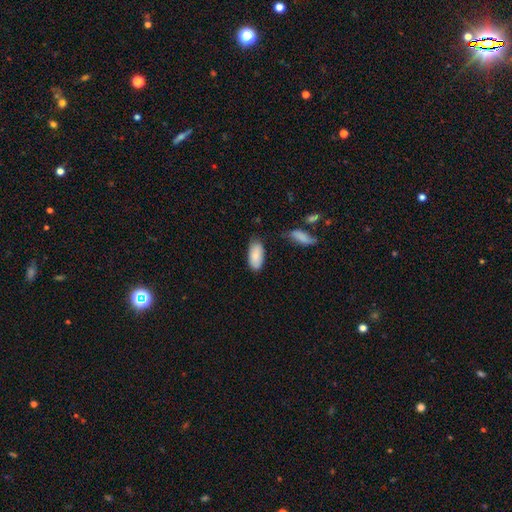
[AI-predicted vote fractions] The model was most divided on "merging": none: 75%, minor disturbance: 19%, major disturbance: 3%, merger: 3%. More confident: how rounded — in between (91%); smooth or featured — smooth (86%).